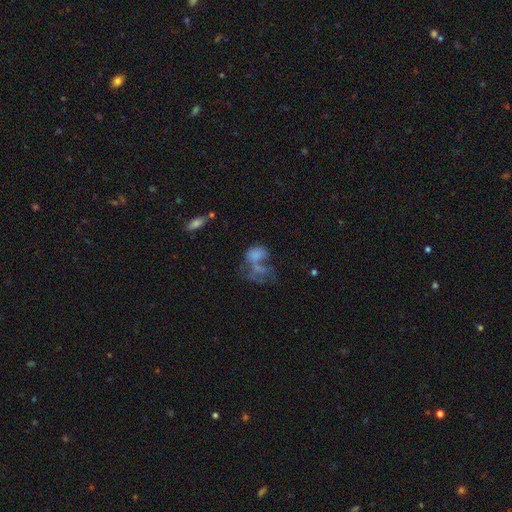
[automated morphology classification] This appears to be a smooth galaxy with no disk features (56%) that is in between round and cigar-shaped (74%). Merging: merger (46%).